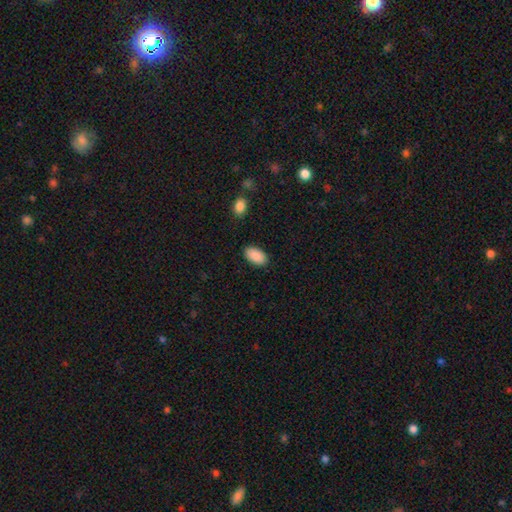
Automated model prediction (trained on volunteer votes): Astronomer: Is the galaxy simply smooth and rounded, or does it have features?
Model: smooth — 90%.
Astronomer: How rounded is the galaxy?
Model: in between — 95%.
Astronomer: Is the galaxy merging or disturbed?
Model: none — 87%.